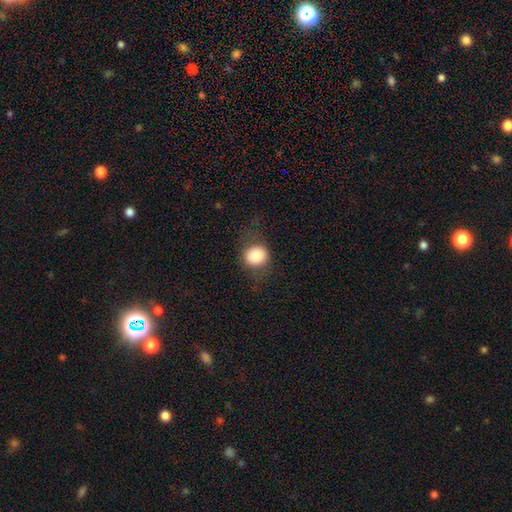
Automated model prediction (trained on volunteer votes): Q: Smooth or featured?
A: smooth (82%); runner-up: featured or disk (10%)
Q: How rounded?
A: round (77%); runner-up: in between (22%)
Q: Merging?
A: none (70%); runner-up: minor disturbance (19%)